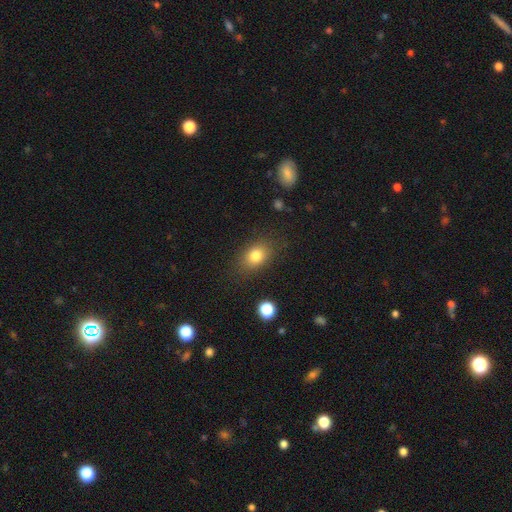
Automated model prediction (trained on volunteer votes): smooth-or-featured: smooth: 79% | star or artifact: 11% | featured or disk: 10%
  how-rounded: in between: 70% | round: 29% | cigar-shaped: 1%
  merging: none: 82% | minor disturbance: 12% | major disturbance: 4% | merger: 2%